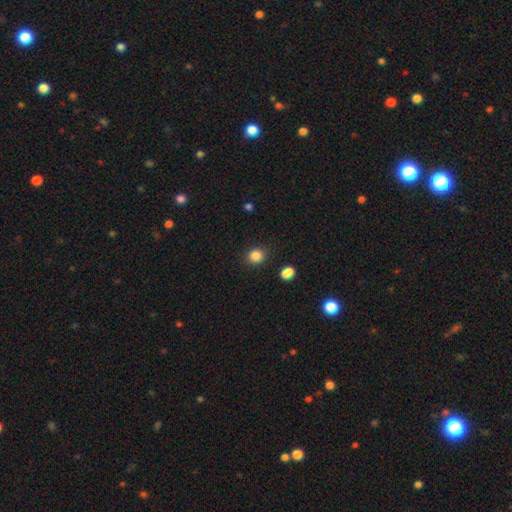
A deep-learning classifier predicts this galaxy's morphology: Q: Smooth or featured?
A: smooth (86%); runner-up: star or artifact (11%)
Q: How rounded?
A: round (76%); runner-up: in between (23%)
Q: Merging?
A: none (86%); runner-up: minor disturbance (9%)